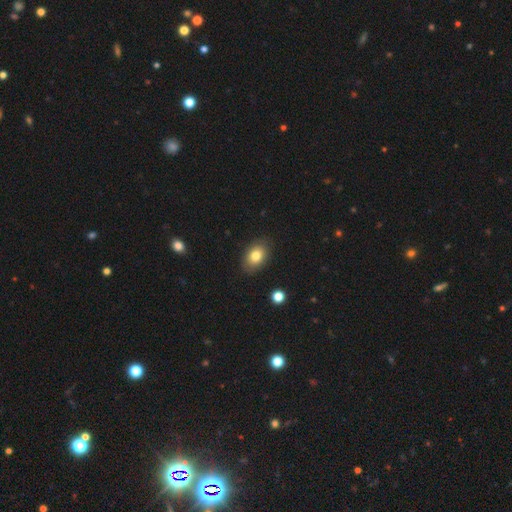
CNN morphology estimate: This is clearly a smooth galaxy (80%). How rounded: clearly in between (84%). Merging: clearly none (86%).